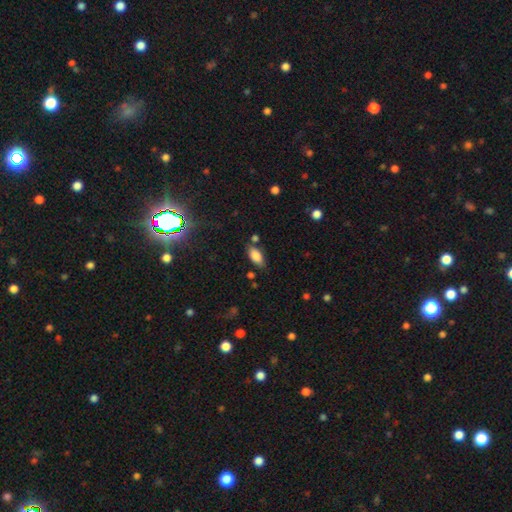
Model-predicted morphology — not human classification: This is clearly a smooth galaxy (85%). How rounded: clearly in between (91%). Merging: likely none (74%).